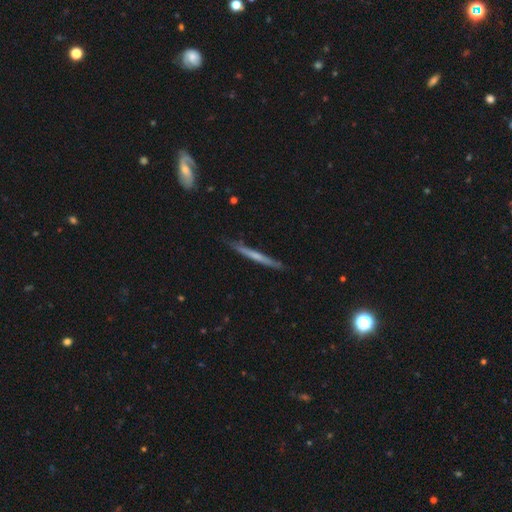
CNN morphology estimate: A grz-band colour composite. It shows a featured or disk galaxy (51%) viewed edge-on (96%). Merging: none (85%).